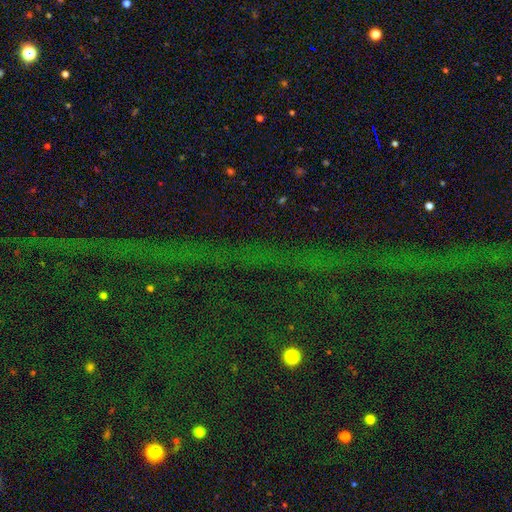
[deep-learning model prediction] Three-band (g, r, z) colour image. It shows a star or artifact, not a galaxy (81%).